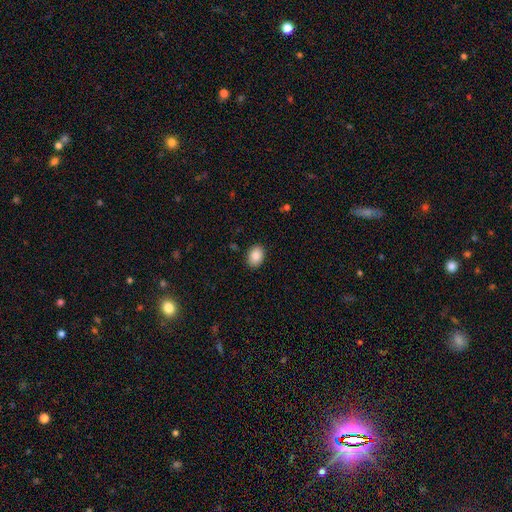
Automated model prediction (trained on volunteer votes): Smooth or featured: smooth — 87% (star or artifact — 8%)
How rounded: in between — 75% (round — 24%)
Merging: none — 89% (minor disturbance — 8%)